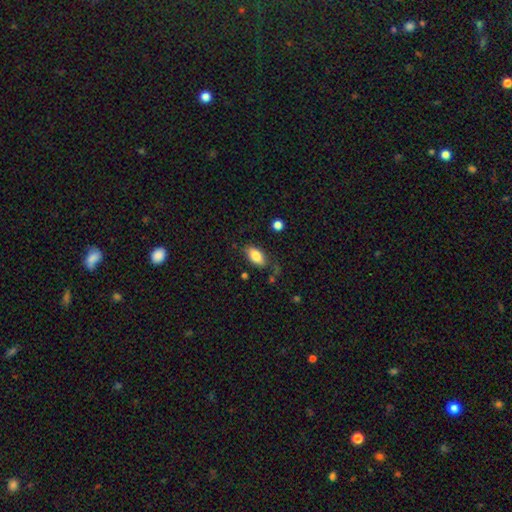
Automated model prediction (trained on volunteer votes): Smooth or featured: smooth — 82% (featured or disk — 10%)
How rounded: in between — 91% (cigar-shaped — 5%)
Merging: none — 76% (minor disturbance — 17%)